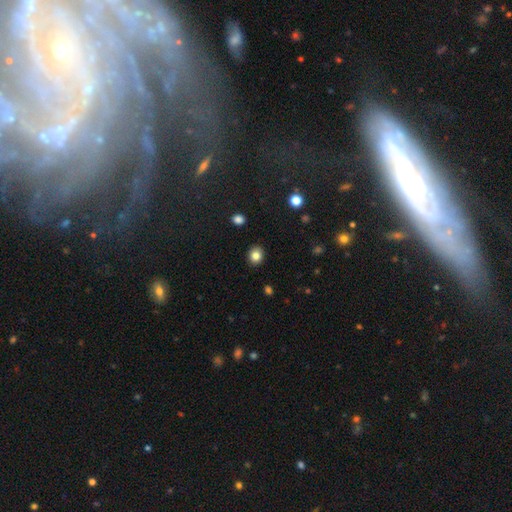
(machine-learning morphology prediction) Overall: smooth (84%). How rounded: round (68%; in between 31%). Merging: none (91%).